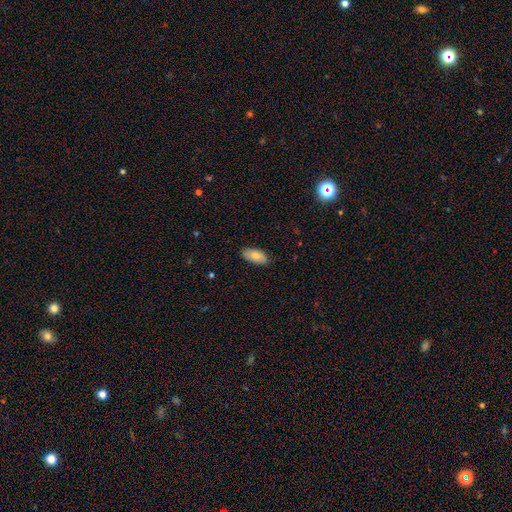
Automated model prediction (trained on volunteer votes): A smooth galaxy with no disk features (74%) that is in between round and cigar-shaped (92%). Merging: none (84%).